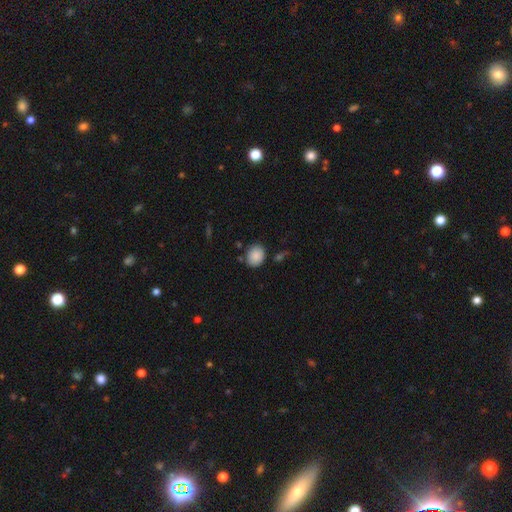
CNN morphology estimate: This appears to be a smooth galaxy with no disk features (88%) that is round (53%). Merging: none (78%).